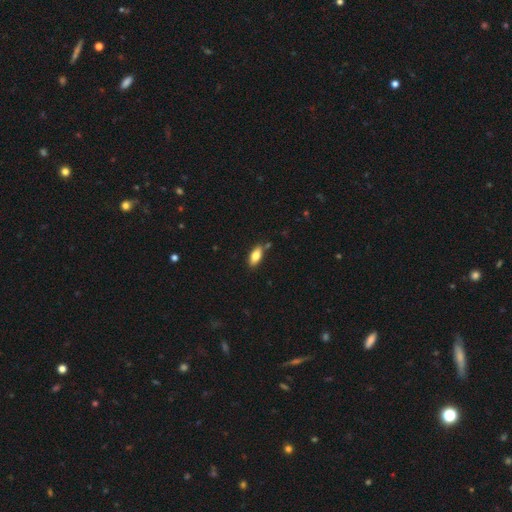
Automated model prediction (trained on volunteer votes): The model was most divided on "smooth or featured": smooth: 78%, featured or disk: 15%, star or artifact: 7%. More confident: how rounded — in between (86%); merging — none (79%).